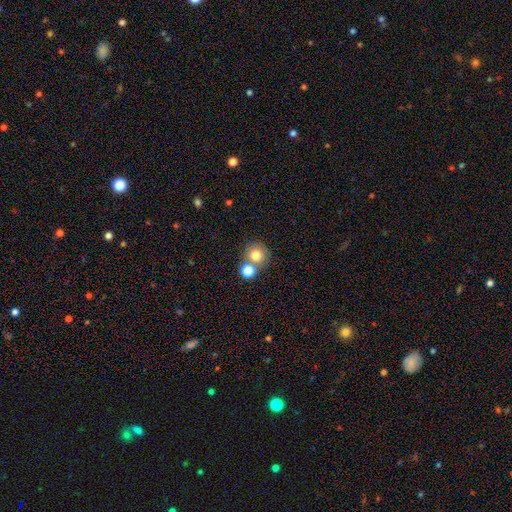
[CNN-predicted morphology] This appears to be a smooth galaxy with no disk features (78%) that is round (89%). Merging: none (58%).